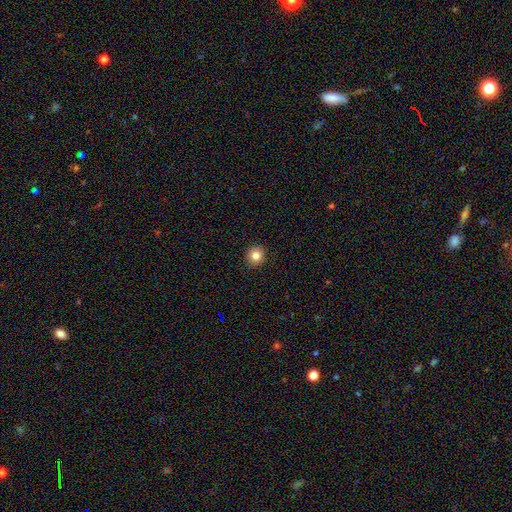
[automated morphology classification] The model was most divided on "smooth or featured": smooth: 82%, star or artifact: 11%, featured or disk: 7%. More confident: merging — none (93%); how rounded — round (92%).